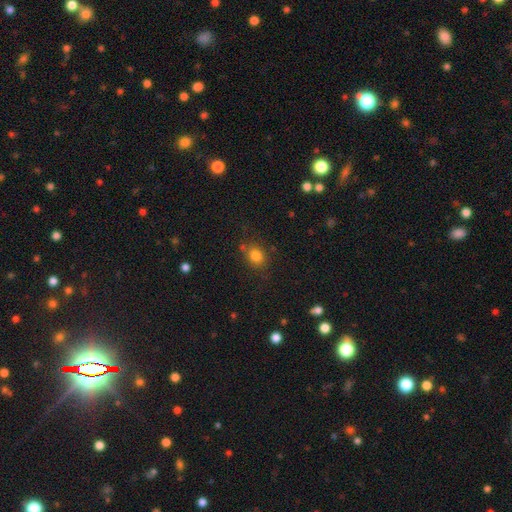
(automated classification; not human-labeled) Smooth or featured? smooth (81%)
How rounded? round (62%)
Merging? none (75%)